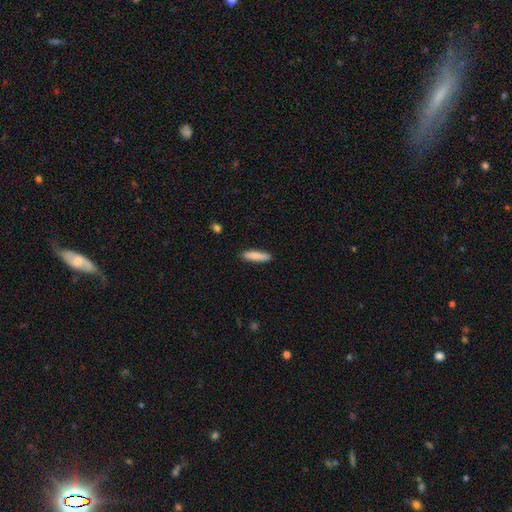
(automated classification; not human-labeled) smooth 85%, featured or disk 9%, star or artifact 6%. Down the decision tree: how rounded — cigar-shaped (79%); merging — none (87%).